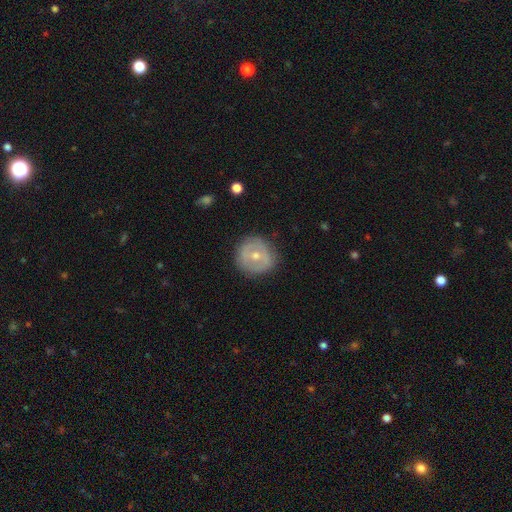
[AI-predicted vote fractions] Smooth or featured: featured or disk — 54% (smooth — 40%)
Edge-on disk: no — 95% (yes — 5%)
Bar: no — 57% (weak — 30%)
Spiral arms: no — 72% (yes — 28%)
Bulge size: moderate — 62% (small — 35%)
Merging: none — 82% (minor disturbance — 13%)